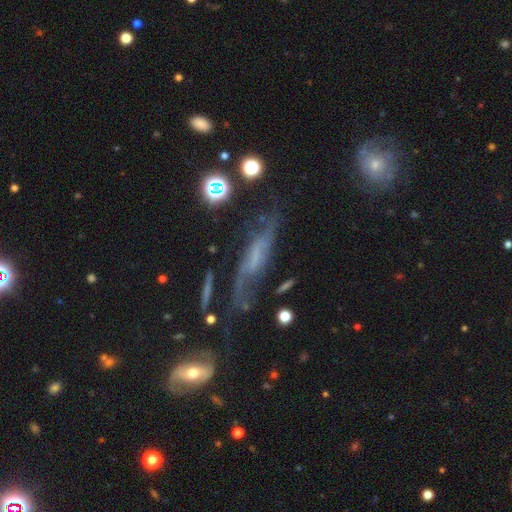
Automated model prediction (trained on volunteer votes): Overall: featured or disk (67%). Edge-on disk: no (69%; yes 31%). Merging: none (49%; minor disturbance 23%).